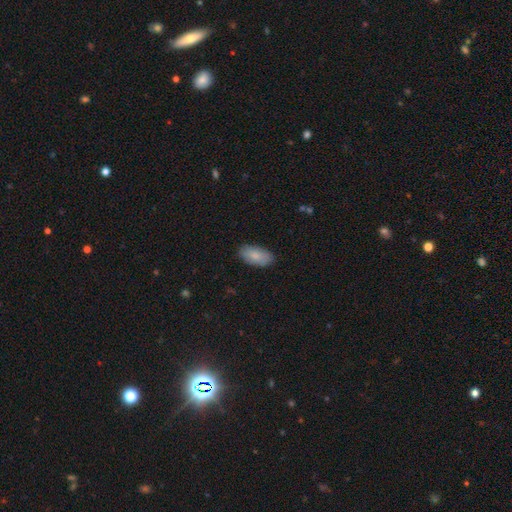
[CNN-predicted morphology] This appears to be a smooth galaxy with no disk features (84%) that is in between round and cigar-shaped (94%). Merging: none (86%).